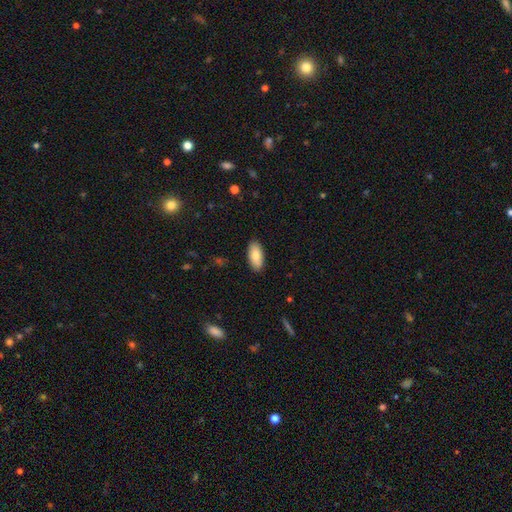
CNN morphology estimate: smooth 80%, featured or disk 13%, star or artifact 6%. Down the decision tree: how rounded — in between (90%); merging — none (89%).